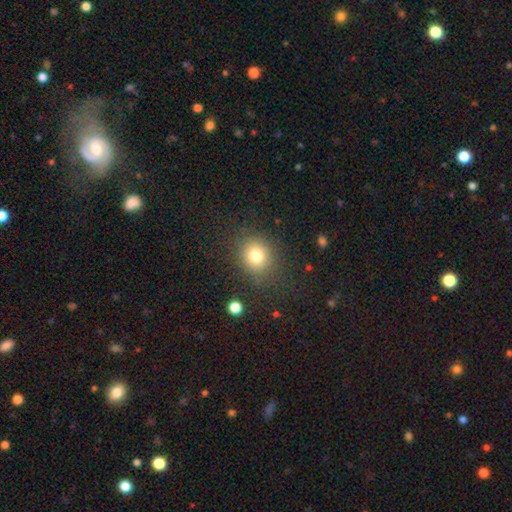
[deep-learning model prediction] Overall: smooth (78%). How rounded: round (77%). Merging: none (82%).